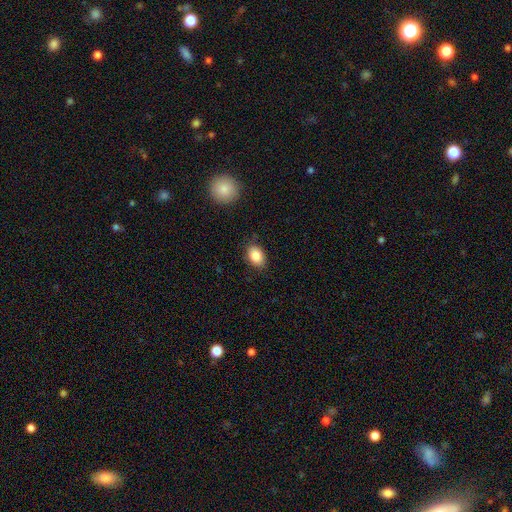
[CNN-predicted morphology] Smooth or featured? smooth (85%)
How rounded? in between (80%)
Merging? none (83%)